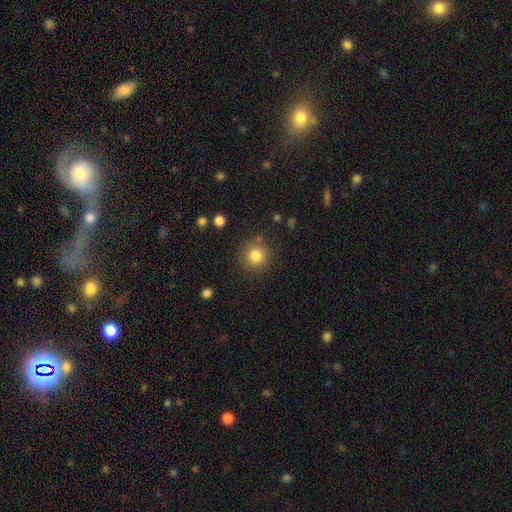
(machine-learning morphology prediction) smooth_or_featured: smooth (p=0.83) [alt: star or artifact p=0.11]
how_rounded: round (p=0.94) [alt: in between p=0.05]
merging: none (p=0.85) [alt: minor disturbance p=0.08]